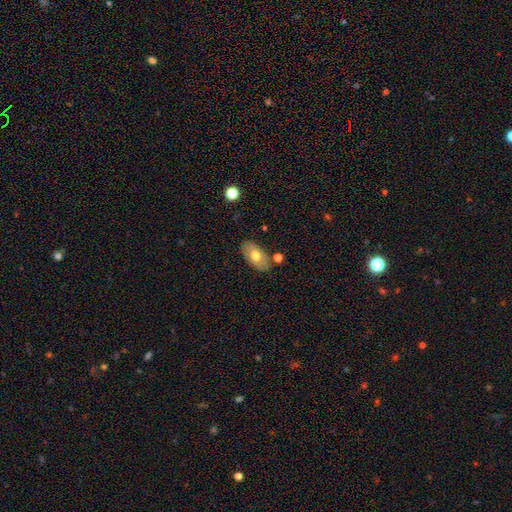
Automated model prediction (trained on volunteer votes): Morphology: type=smooth (63%); roundness=in between (94%); merging=none (81%).